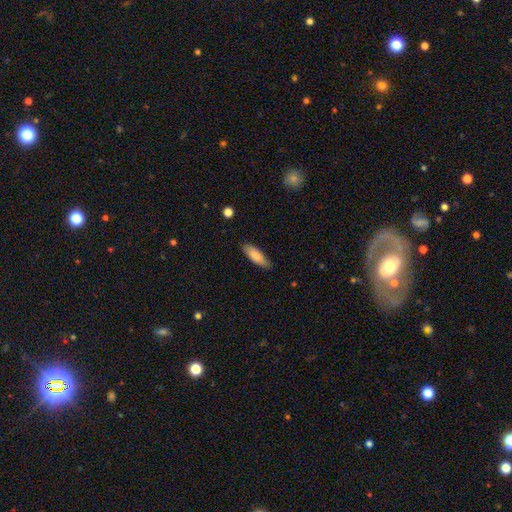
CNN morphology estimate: Smooth or featured? Predicted: smooth (p=0.81). How rounded? Predicted: in between (p=0.59). Merging? Predicted: none (p=0.83).